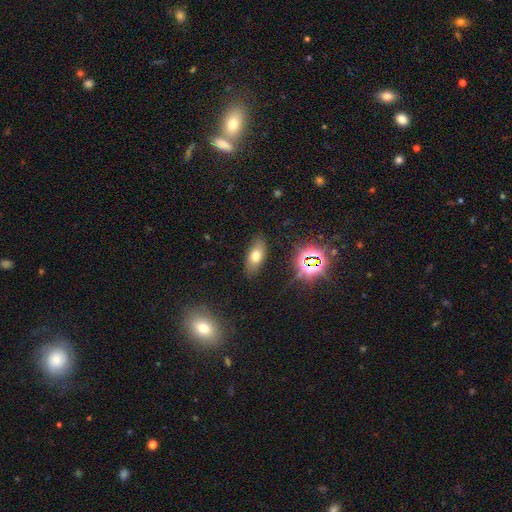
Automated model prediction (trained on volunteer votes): Smooth or featured?
  - smooth: 65% *
  - star or artifact: 18%
  - featured or disk: 17%
How rounded?
  - in between: 83% *
  - cigar-shaped: 10%
  - round: 7%
Merging?
  - none: 84% *
  - minor disturbance: 11%
  - major disturbance: 3%
  - merger: 2%